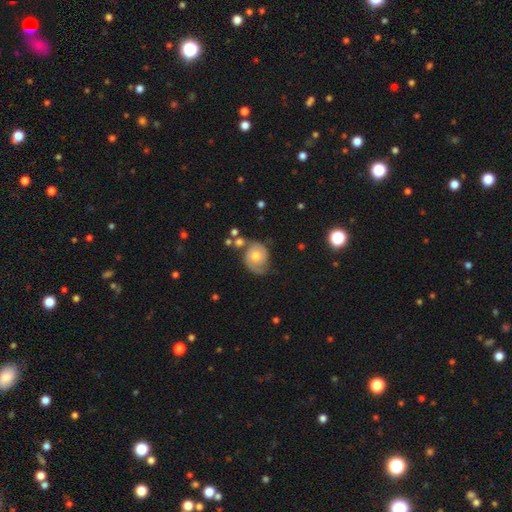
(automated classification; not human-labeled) Morphology: type=featured or disk (63%); edge-on=no (97%); bar=no (78%); spiral arms=yes (84%); winding=tight (51%); arm count=2 (59%); bulge=moderate (69%); merging=none (54%).